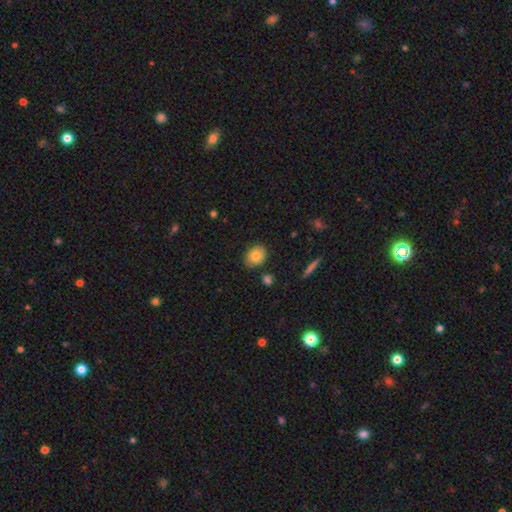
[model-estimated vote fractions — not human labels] A smooth galaxy with no disk features (80%) that is in between round and cigar-shaped (55%). Merging: none (80%).